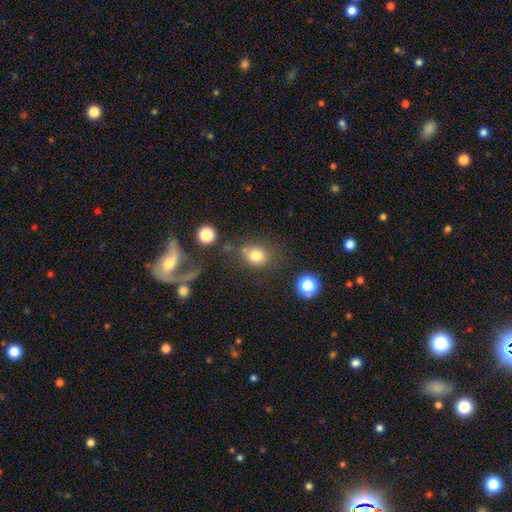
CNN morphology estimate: This is likely a smooth galaxy (79%). How rounded: likely round (62%). Merging: likely none (70%).